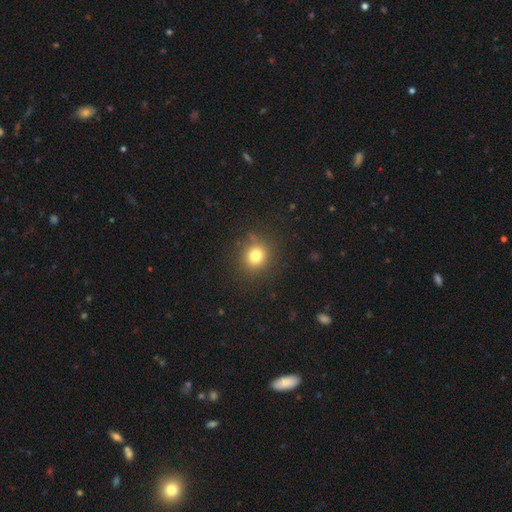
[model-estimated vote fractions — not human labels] Smooth or featured? smooth (78%)
How rounded? round (84%)
Merging? none (85%)